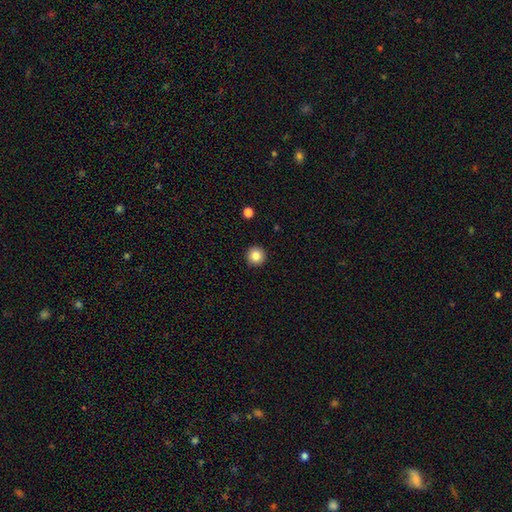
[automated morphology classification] A smooth galaxy with no disk features (85%) that is round (96%). Merging: none (93%).